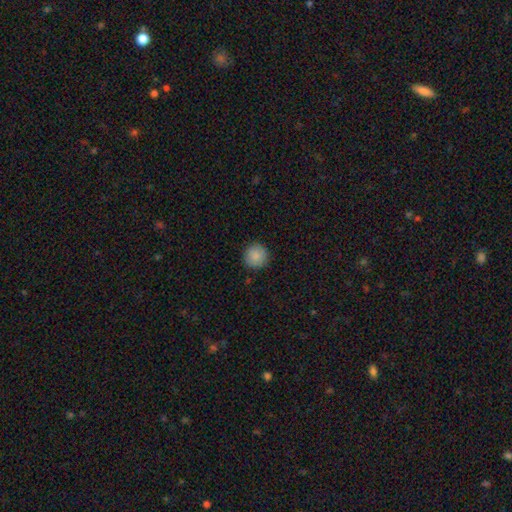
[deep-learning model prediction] Overall: smooth (89%). How rounded: round (95%). Merging: none (91%).